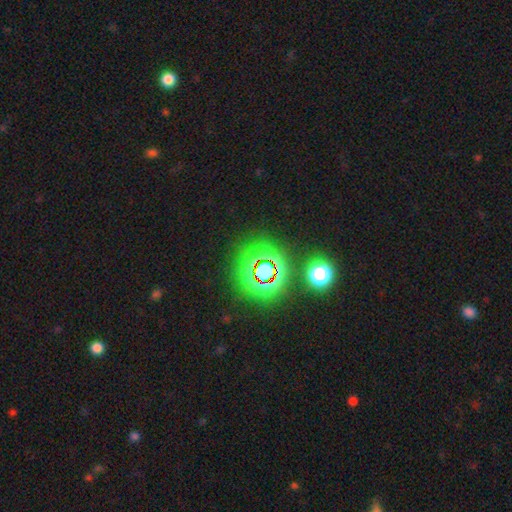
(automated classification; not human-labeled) The model was most divided on "smooth or featured": star or artifact: 76%, smooth: 16%, featured or disk: 8%.